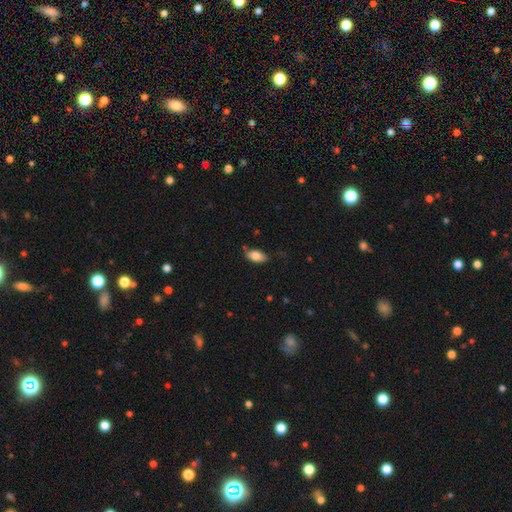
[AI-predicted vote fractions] Morphology: type=smooth (82%); roundness=in between (92%); merging=none (74%).